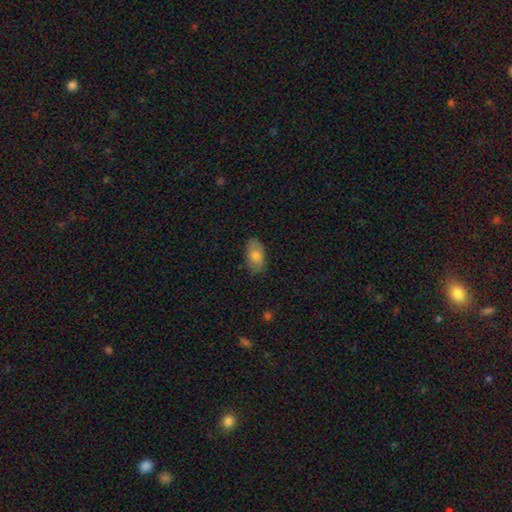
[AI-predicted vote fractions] Smooth or featured? Predicted: smooth (p=0.79). How rounded? Predicted: in between (p=0.93). Merging? Predicted: none (p=0.83).